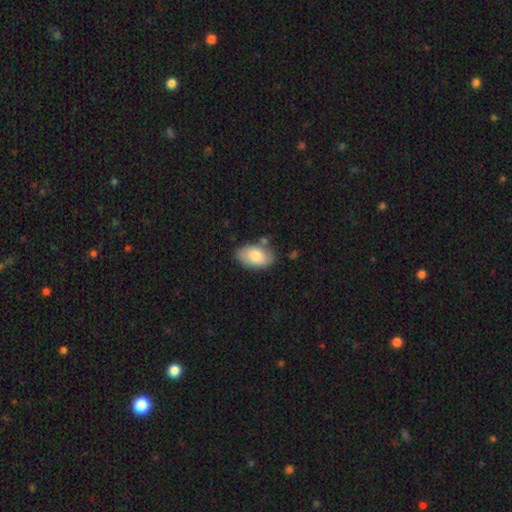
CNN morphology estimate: A smooth galaxy with no disk features (80%) that is in between round and cigar-shaped (92%).

Vote fractions:
- Smooth or featured? smooth: 80% / featured or disk: 14% / star or artifact: 6%
- How rounded? in between: 92% / round: 6% / cigar-shaped: 1%
- Merging? none: 73% / minor disturbance: 18% / merger: 5% / major disturbance: 4%